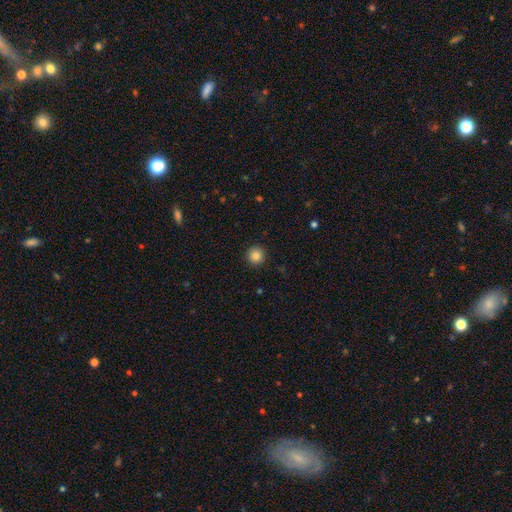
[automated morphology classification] A smooth galaxy with no disk features (85%) that is round (95%).

Vote fractions:
- Smooth or featured? smooth: 85% / star or artifact: 10% / featured or disk: 4%
- How rounded? round: 95% / in between: 4% / cigar-shaped: 1%
- Merging? none: 92% / minor disturbance: 5% / major disturbance: 2% / merger: 1%